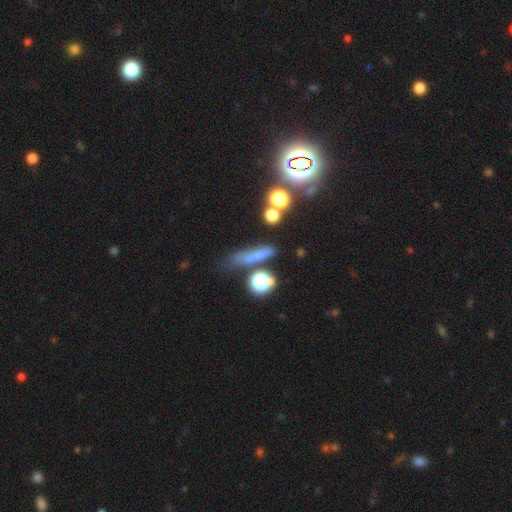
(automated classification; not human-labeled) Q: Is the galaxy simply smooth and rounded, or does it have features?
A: smooth — 56%.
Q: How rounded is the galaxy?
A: cigar-shaped — 64%.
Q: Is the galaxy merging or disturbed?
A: none — 61%.